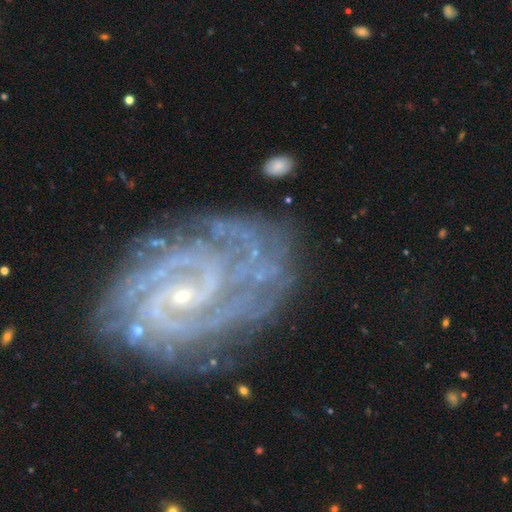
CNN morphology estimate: Smooth or featured: featured or disk — 92% (star or artifact — 5%)
Edge-on disk: no — 98% (yes — 2%)
Bar: no — 49% (weak — 37%)
Spiral arms: yes — 98% (no — 2%)
Spiral winding: tight — 69% (medium — 27%)
Spiral arm count: 2 — 42% (3 — 18%)
Bulge size: small — 83% (moderate — 12%)
Merging: none — 72% (minor disturbance — 18%)